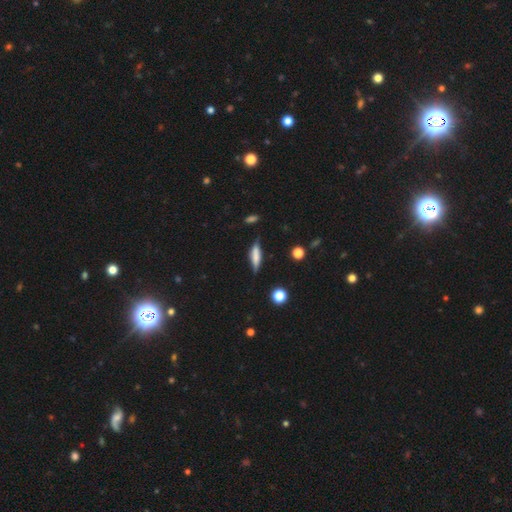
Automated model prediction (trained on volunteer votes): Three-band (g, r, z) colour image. It shows a smooth galaxy with no disk features (58%) that is cigar-shaped (73%). Merging: none (74%).